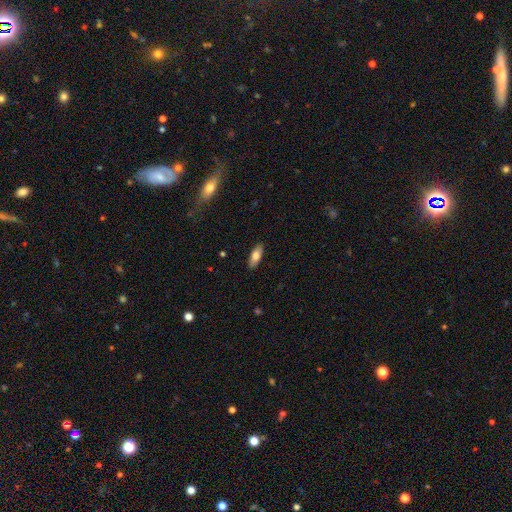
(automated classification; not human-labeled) Morphology: type=smooth (76%); roundness=in between (73%); merging=none (89%).